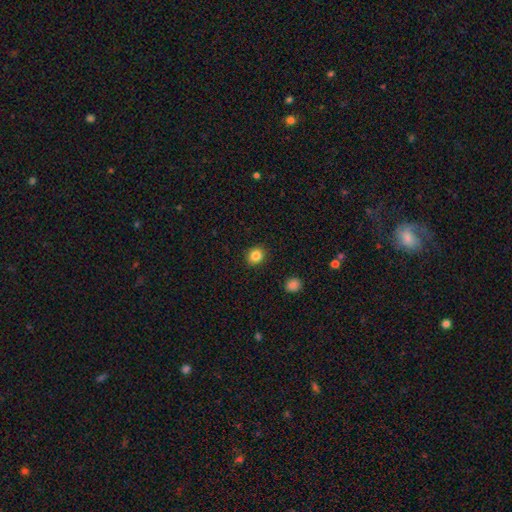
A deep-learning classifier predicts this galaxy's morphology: smooth_or_featured: smooth (p=0.84) [alt: star or artifact p=0.11]
how_rounded: round (p=0.81) [alt: in between p=0.18]
merging: none (p=0.91) [alt: minor disturbance p=0.06]